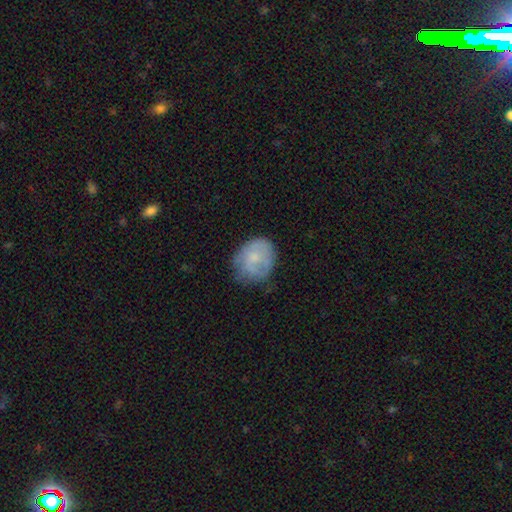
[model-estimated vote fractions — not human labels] This is possibly a smooth galaxy (59%). How rounded: possibly round (57%). Merging: possibly none (52%).